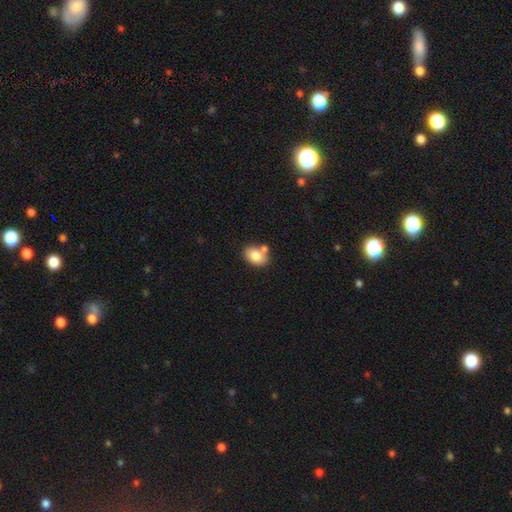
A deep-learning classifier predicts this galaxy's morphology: This is clearly a smooth galaxy (80%). How rounded: likely in between (78%). Merging: likely none (61%).